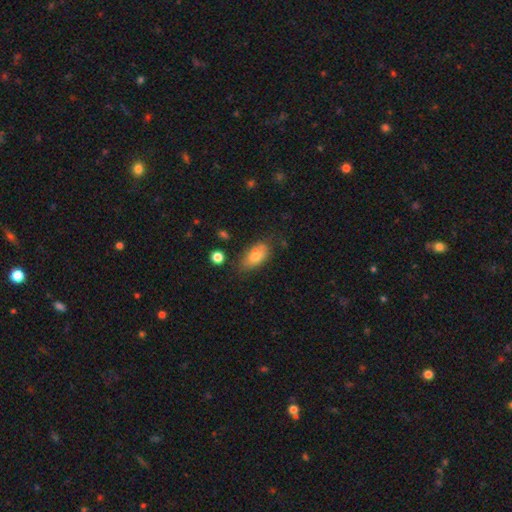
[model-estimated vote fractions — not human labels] Smooth or featured: smooth — 76% (featured or disk — 16%)
How rounded: in between — 91% (round — 5%)
Merging: none — 62% (minor disturbance — 26%)